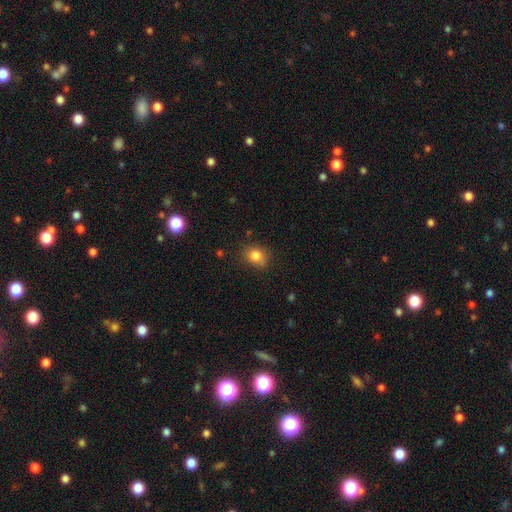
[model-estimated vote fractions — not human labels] This appears to be a smooth galaxy with no disk features (82%) that is round (61%). Merging: none (72%).